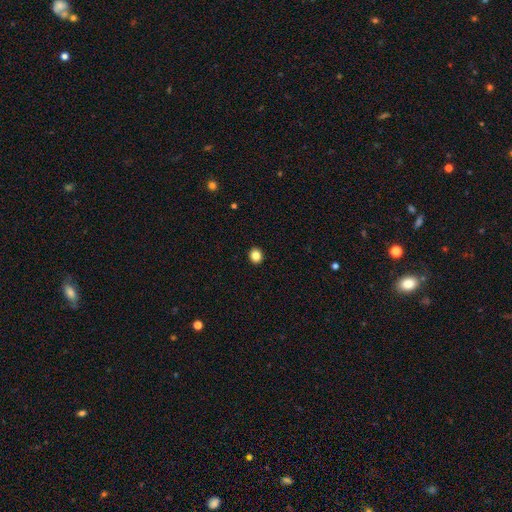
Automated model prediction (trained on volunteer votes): Overall: smooth (85%). How rounded: round (72%). Merging: none (93%).